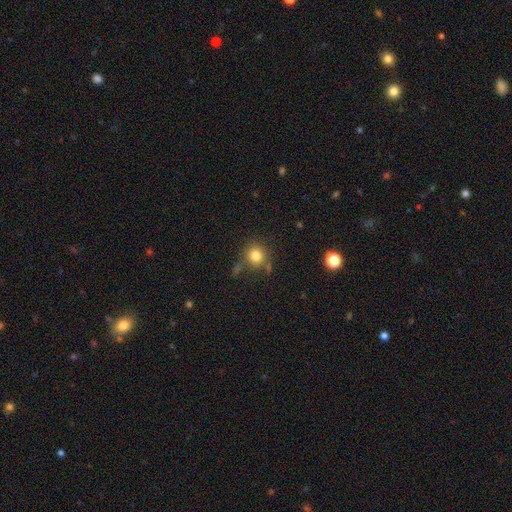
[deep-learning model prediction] Overall: smooth (81%). How rounded: round (89%). Merging: none (72%).